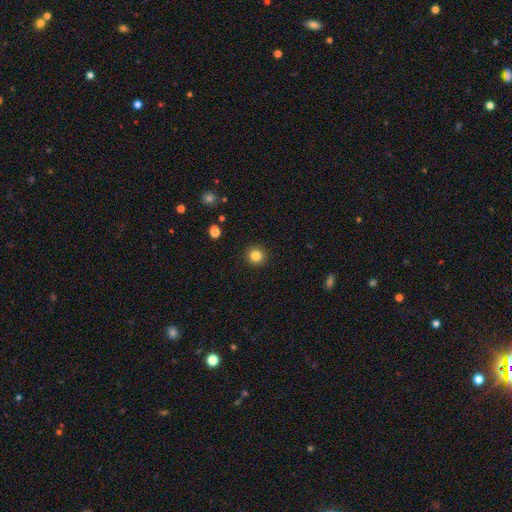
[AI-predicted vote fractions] Smooth or featured: smooth — 84% (star or artifact — 11%)
How rounded: round — 94% (in between — 5%)
Merging: none — 92% (minor disturbance — 5%)